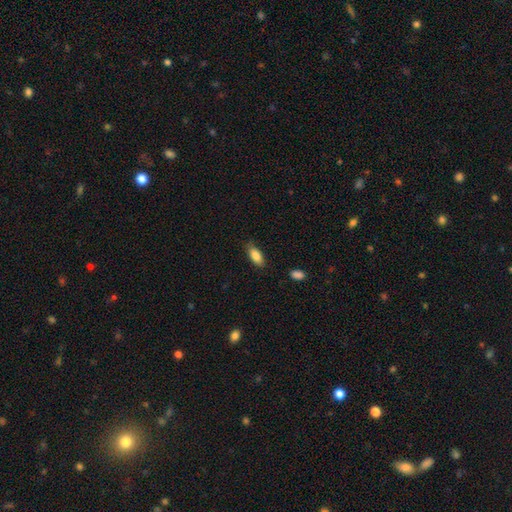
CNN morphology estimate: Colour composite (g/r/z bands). It shows a smooth galaxy with no disk features (85%) that is in between round and cigar-shaped (85%). Merging: none (80%).